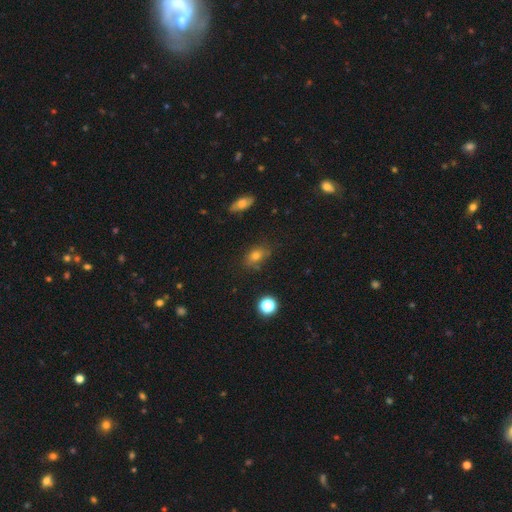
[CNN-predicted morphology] This is likely a smooth galaxy (71%). How rounded: likely in between (75%). Merging: likely none (75%).